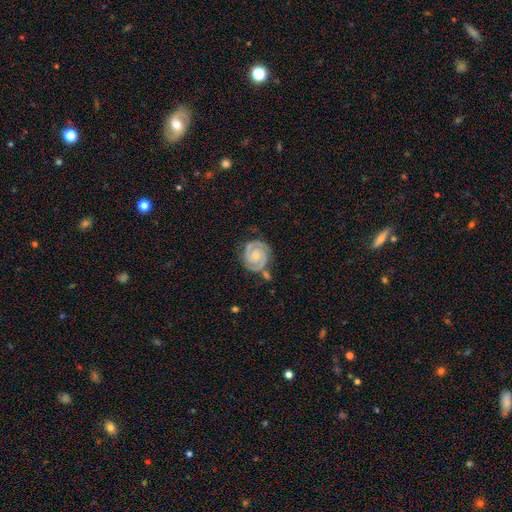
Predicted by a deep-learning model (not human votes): smooth-or-featured: featured or disk: 88% | smooth: 7% | star or artifact: 5%
  disk-edge-on: no: 98% | yes: 2%
    bar: no: 68% | weak: 25% | strong: 6%
    has-spiral-arms: yes: 98% | no: 2%
      spiral-winding: tight: 72% | medium: 24% | loose: 3%
      spiral-arm-count: 2: 86% | 3: 7% | can't tell: 3% | 1: 1% | 4: 1% | more than 4: 1%
    bulge-size: small: 61% | moderate: 30% | none: 6% | large: 2% | dominant: 1%
  merging: none: 70% | minor disturbance: 16% | merger: 8% | major disturbance: 5%